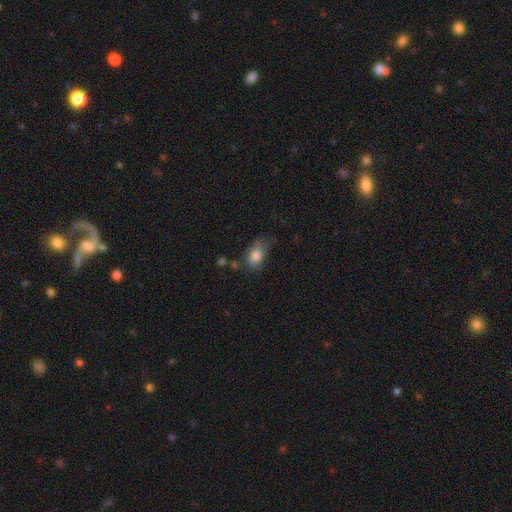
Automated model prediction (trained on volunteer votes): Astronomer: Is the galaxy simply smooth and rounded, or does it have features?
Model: smooth — 80%.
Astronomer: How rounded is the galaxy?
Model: in between — 82%.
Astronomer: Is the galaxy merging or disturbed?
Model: none — 48% (runner-up: minor disturbance, 34%).